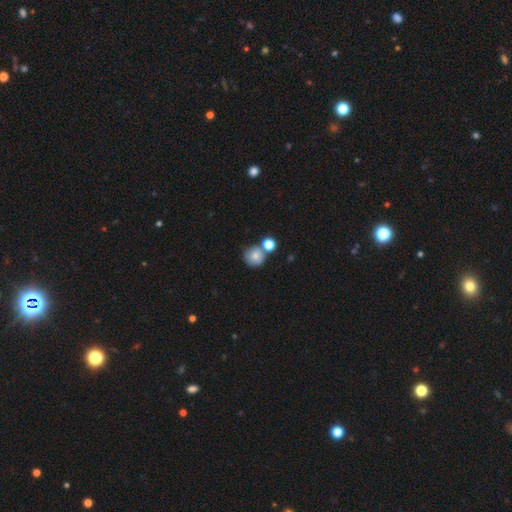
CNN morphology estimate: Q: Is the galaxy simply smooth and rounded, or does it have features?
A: smooth — 80%.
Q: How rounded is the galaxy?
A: round — 89%.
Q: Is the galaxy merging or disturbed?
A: none — 56%.